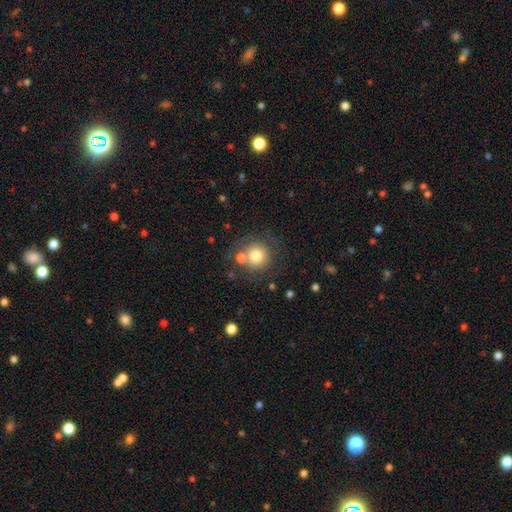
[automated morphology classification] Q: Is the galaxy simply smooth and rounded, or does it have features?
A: smooth — 77%.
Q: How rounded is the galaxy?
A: round — 93%.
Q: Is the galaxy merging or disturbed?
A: none — 66%.